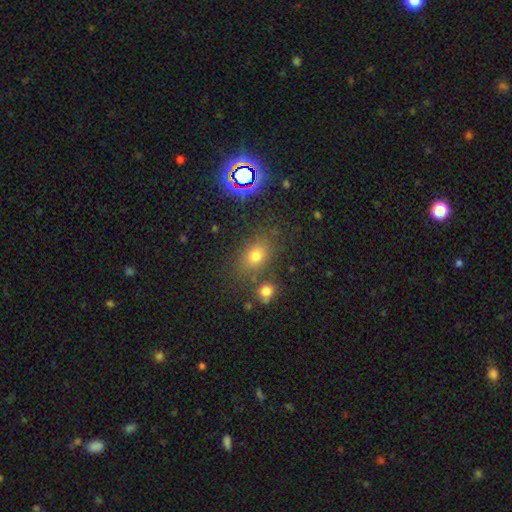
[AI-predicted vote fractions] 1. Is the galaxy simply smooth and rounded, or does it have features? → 68% smooth, 21% star or artifact, 11% featured or disk.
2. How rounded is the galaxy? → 63% in between, 35% round, 2% cigar-shaped.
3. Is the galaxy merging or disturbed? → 73% none, 13% minor disturbance, 8% merger, 5% major disturbance.